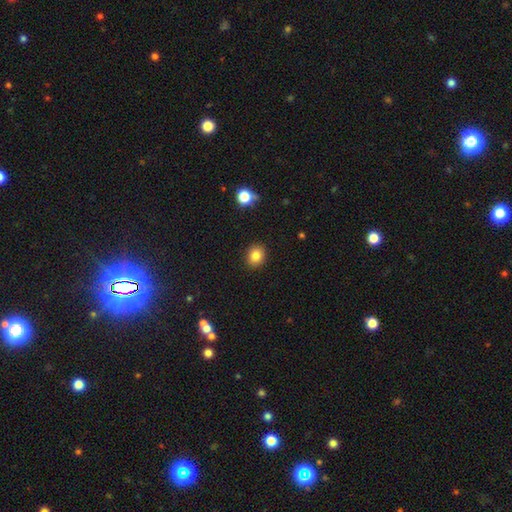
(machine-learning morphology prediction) smooth_or_featured: smooth (p=0.83) [alt: star or artifact p=0.11]
how_rounded: round (p=0.66) [alt: in between p=0.33]
merging: none (p=0.90) [alt: minor disturbance p=0.07]